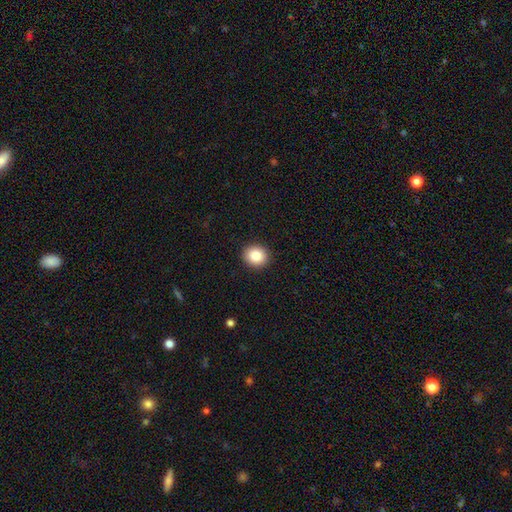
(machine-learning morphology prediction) Smooth or featured?
  - smooth: 86% *
  - star or artifact: 9%
  - featured or disk: 5%
How rounded?
  - round: 81% *
  - in between: 18%
  - cigar-shaped: 1%
Merging?
  - none: 92% *
  - minor disturbance: 5%
  - major disturbance: 2%
  - merger: 1%